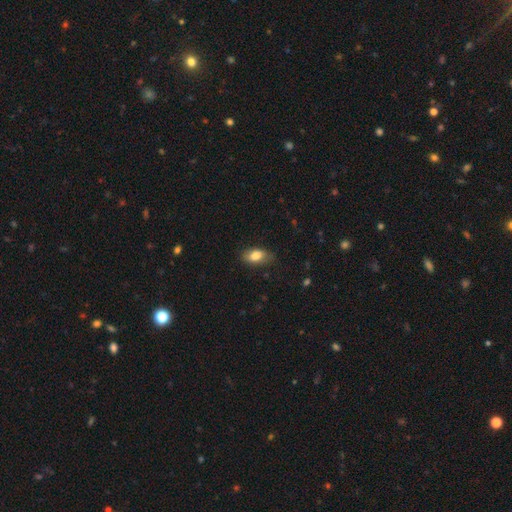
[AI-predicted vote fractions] Overall: smooth (81%). How rounded: in between (88%). Merging: none (78%).